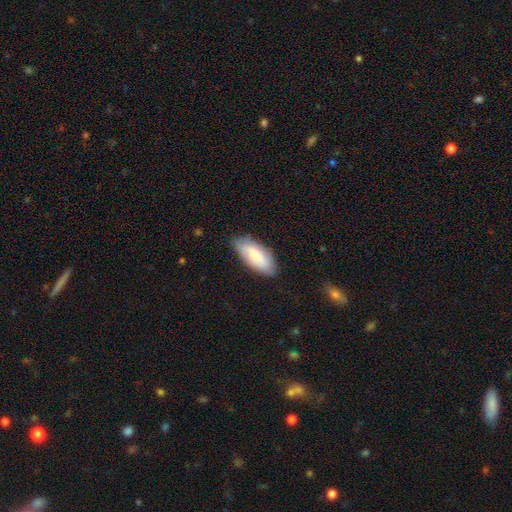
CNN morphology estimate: smooth-or-featured: smooth: 75% | featured or disk: 19% | star or artifact: 6%
  how-rounded: in between: 86% | cigar-shaped: 12% | round: 2%
  merging: none: 79% | minor disturbance: 16% | major disturbance: 3% | merger: 1%